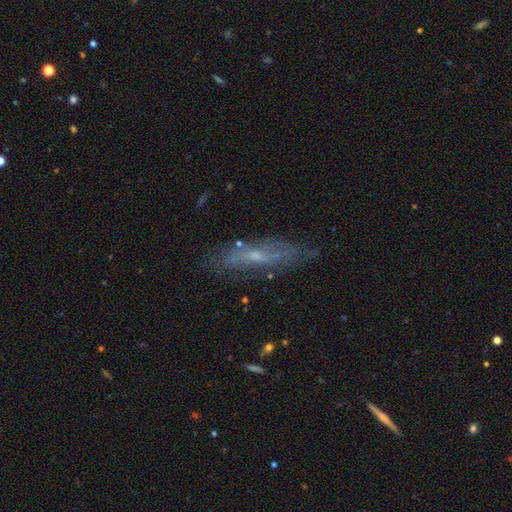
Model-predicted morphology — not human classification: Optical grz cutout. It shows a featured or disk galaxy (60%) viewed edge-on (52%). Merging: none (70%).